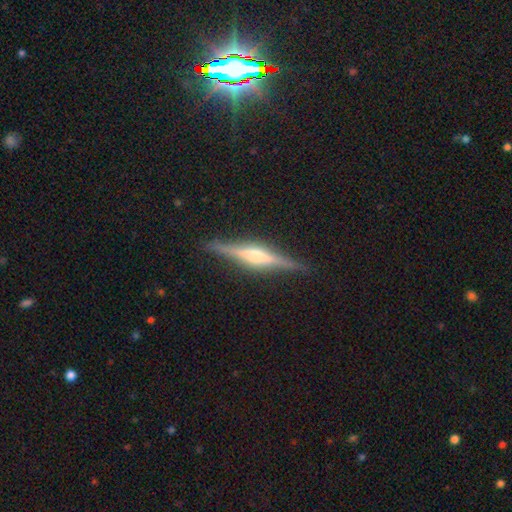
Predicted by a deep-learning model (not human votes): featured or disk 79%, smooth 15%, star or artifact 6%. Down the decision tree: edge-on disk — yes (98%); edge-on bulge — rounded (75%); merging — none (89%).